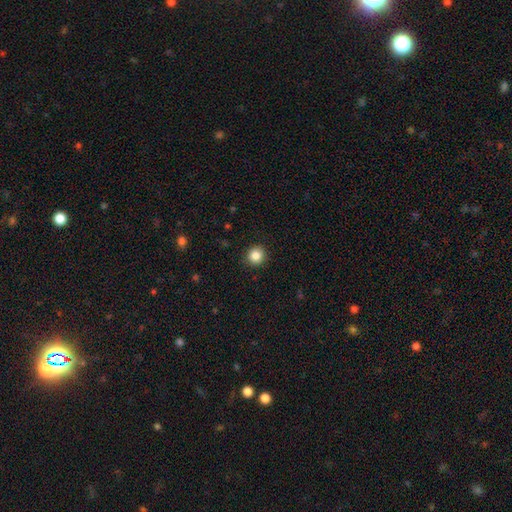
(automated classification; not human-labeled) smooth-or-featured: smooth: 85% | star or artifact: 10% | featured or disk: 4%
  how-rounded: round: 93% | in between: 6% | cigar-shaped: 1%
  merging: none: 92% | minor disturbance: 5% | major disturbance: 2% | merger: 1%